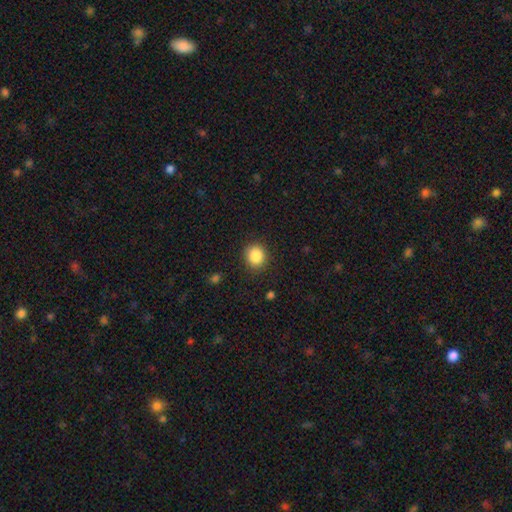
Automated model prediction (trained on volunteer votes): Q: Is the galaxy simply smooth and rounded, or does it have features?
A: smooth — 87%.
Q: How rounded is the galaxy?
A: round — 79%.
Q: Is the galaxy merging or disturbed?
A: none — 87%.